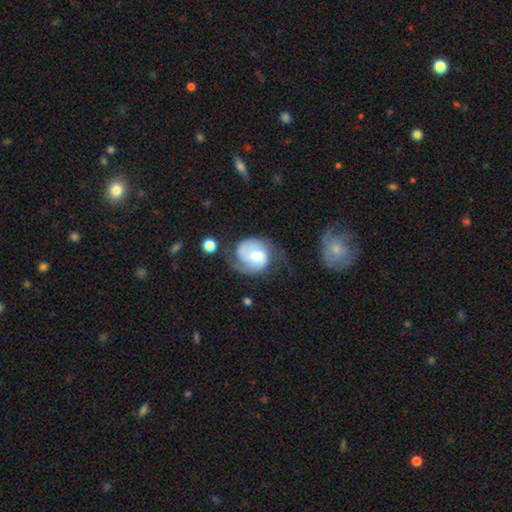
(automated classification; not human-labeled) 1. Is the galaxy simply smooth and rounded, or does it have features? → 64% featured or disk, 29% smooth, 7% star or artifact.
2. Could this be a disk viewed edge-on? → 98% no, 2% yes.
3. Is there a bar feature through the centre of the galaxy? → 59% no, 34% weak, 7% strong.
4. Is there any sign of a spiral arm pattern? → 89% yes, 11% no.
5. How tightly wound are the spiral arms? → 41% medium, 38% tight, 21% loose.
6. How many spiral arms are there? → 67% 2, 13% can't tell, 13% 1, 4% 3, 1% 4, 1% more than 4.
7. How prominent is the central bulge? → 54% moderate, 28% small, 12% large, 4% none, 2% dominant.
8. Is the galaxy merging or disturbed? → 47% none, 27% minor disturbance, 22% major disturbance, 5% merger.